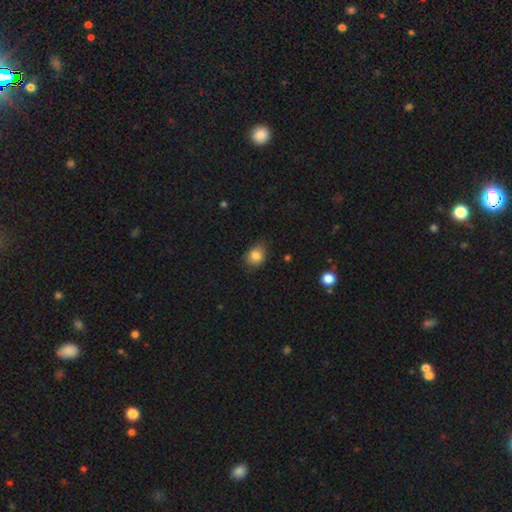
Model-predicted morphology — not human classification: Q: Smooth or featured?
A: smooth (83%); runner-up: star or artifact (10%)
Q: How rounded?
A: round (51%); runner-up: in between (48%)
Q: Merging?
A: none (74%); runner-up: minor disturbance (21%)